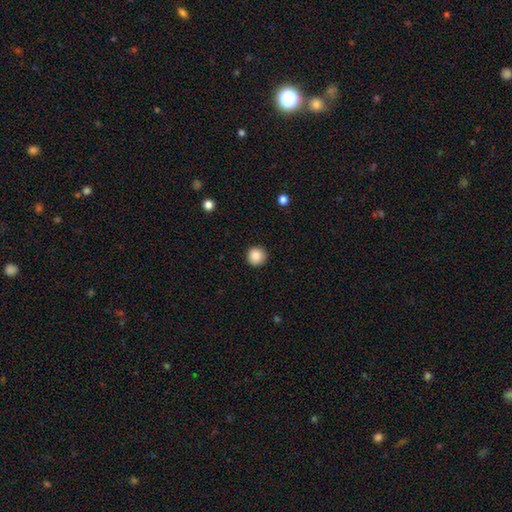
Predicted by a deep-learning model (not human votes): Smooth or featured? smooth (87%)
How rounded? round (94%)
Merging? none (91%)